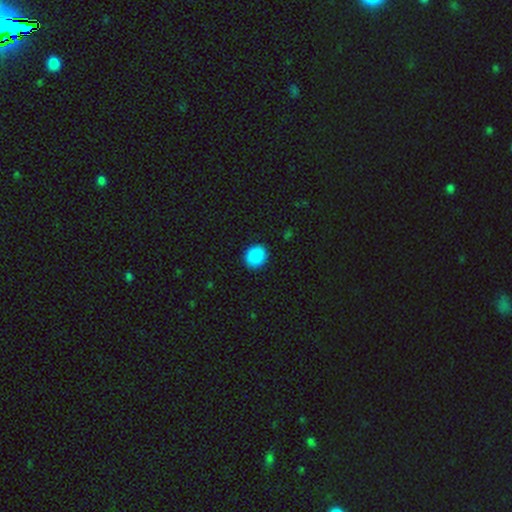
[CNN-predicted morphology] Overall: smooth (90%). How rounded: round (70%). Merging: none (90%).